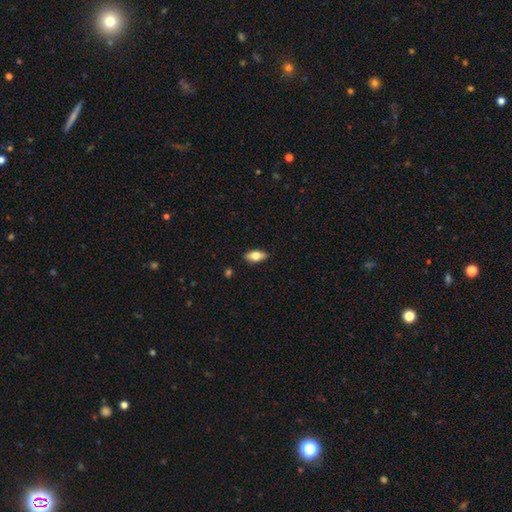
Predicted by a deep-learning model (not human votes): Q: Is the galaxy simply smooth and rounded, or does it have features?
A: smooth — 72%.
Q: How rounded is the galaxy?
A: in between — 86%.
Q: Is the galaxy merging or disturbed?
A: none — 88%.